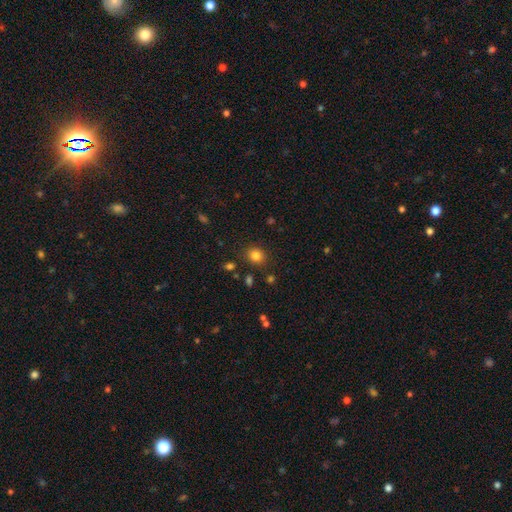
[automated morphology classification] smooth 82%, star or artifact 13%, featured or disk 5%. Down the decision tree: how rounded — round (75%); merging — none (86%).